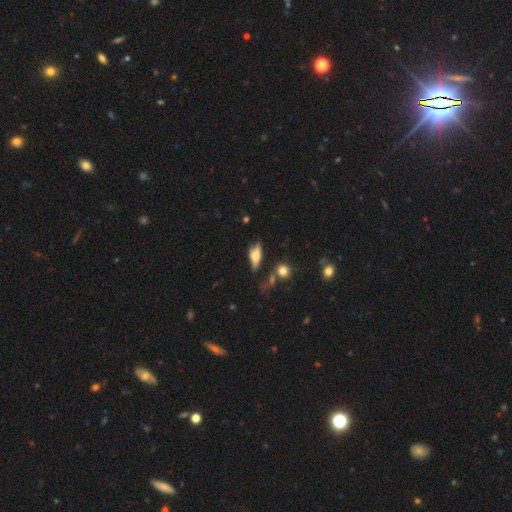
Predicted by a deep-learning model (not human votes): A smooth galaxy with no disk features (49%).

Vote fractions:
- Smooth or featured? smooth: 49% / featured or disk: 41% / star or artifact: 10%
- Merging? none: 55% / minor disturbance: 26% / major disturbance: 12% / merger: 7%